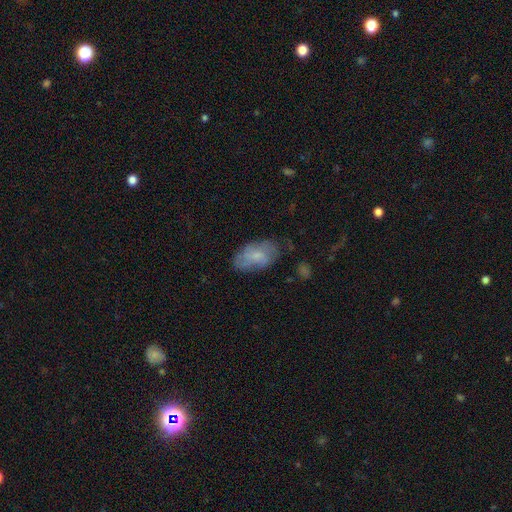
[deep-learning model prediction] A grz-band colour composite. It shows a smooth galaxy with no disk features (60%) that is in between round and cigar-shaped (93%). Merging: none (63%).